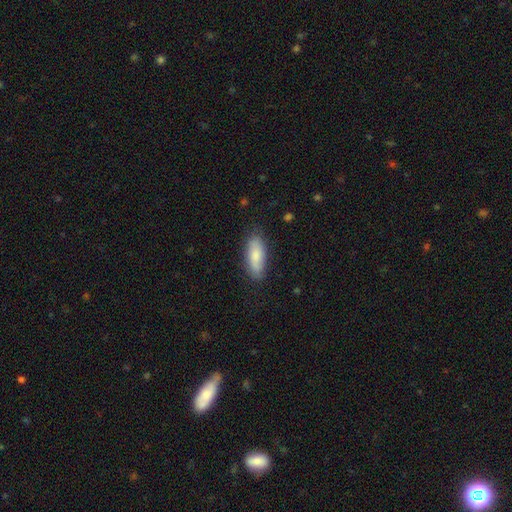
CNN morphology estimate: smooth 80%, featured or disk 14%, star or artifact 6%. Down the decision tree: how rounded — in between (70%); merging — none (82%).